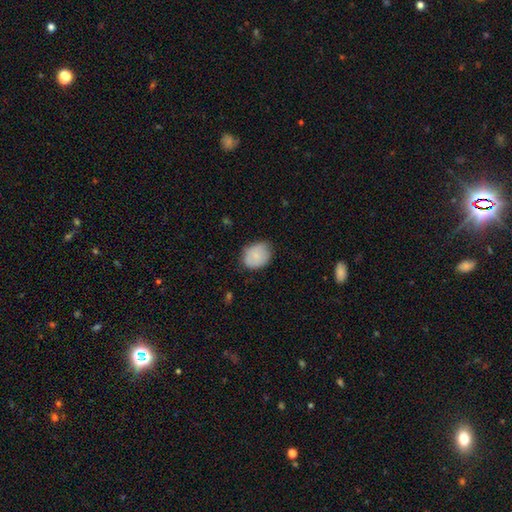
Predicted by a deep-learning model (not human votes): Smooth or featured: smooth — 81% (featured or disk — 12%)
How rounded: in between — 58% (round — 41%)
Merging: none — 63% (minor disturbance — 30%)